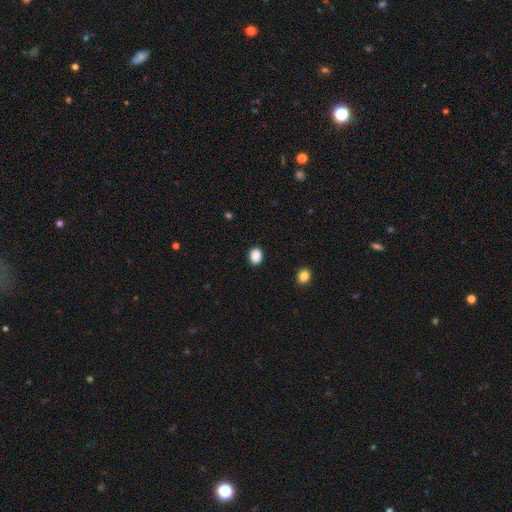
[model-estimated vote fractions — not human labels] Smooth or featured? smooth (89%)
How rounded? round (50%)
Merging? none (90%)